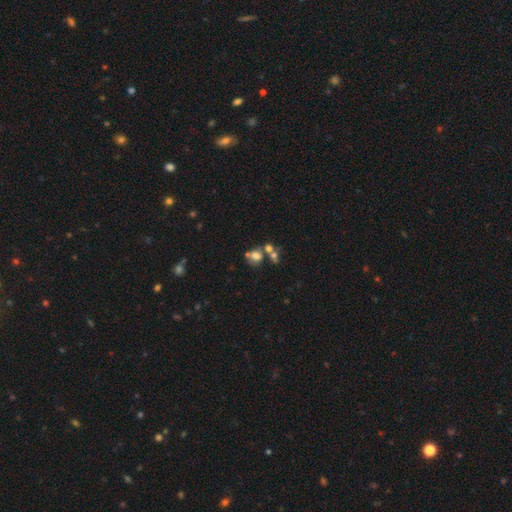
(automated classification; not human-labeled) Smooth or featured?
  - smooth: 62% *
  - featured or disk: 20%
  - star or artifact: 18%
How rounded?
  - round: 54% *
  - in between: 44%
  - cigar-shaped: 1%
Merging?
  - merger: 45% *
  - none: 35%
  - minor disturbance: 11%
  - major disturbance: 9%